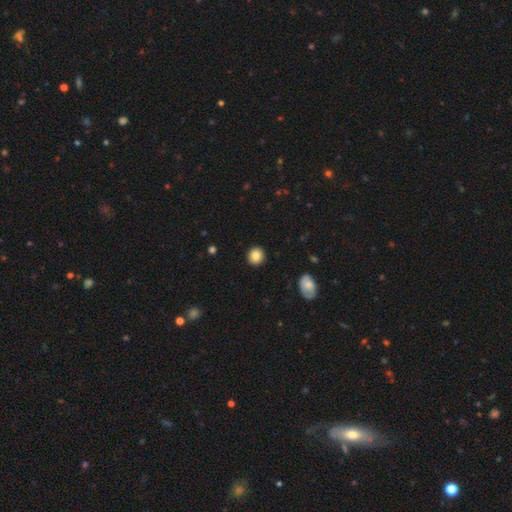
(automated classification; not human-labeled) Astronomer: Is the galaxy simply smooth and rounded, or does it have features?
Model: smooth — 86%.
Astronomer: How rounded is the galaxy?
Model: round — 89%.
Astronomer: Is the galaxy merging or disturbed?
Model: none — 91%.